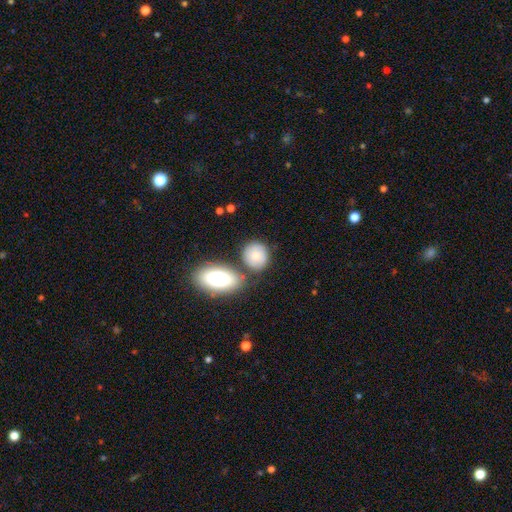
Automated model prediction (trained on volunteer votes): smooth-or-featured: smooth: 81% | featured or disk: 12% | star or artifact: 7%
  how-rounded: round: 69% | in between: 30% | cigar-shaped: 2%
  merging: none: 65% | merger: 16% | minor disturbance: 15% | major disturbance: 4%